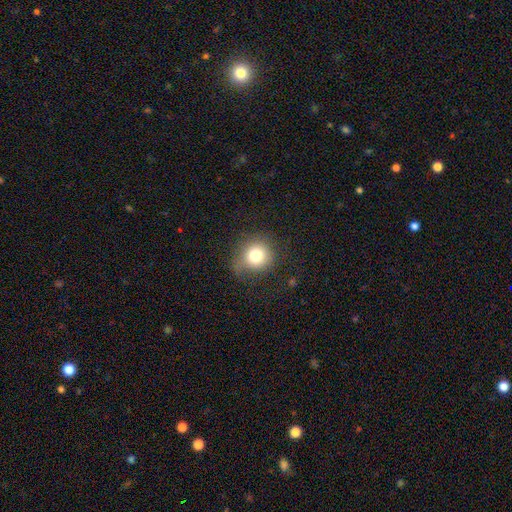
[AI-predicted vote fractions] This is likely a smooth galaxy (79%). How rounded: clearly round (86%). Merging: likely none (73%).